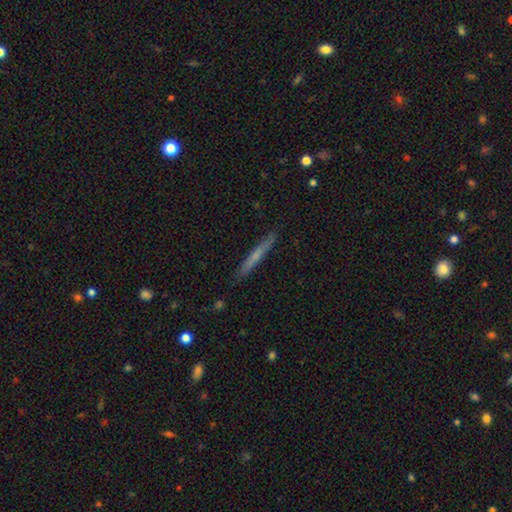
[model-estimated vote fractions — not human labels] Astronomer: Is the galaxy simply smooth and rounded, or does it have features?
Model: smooth — 55% (runner-up: featured or disk, 39%).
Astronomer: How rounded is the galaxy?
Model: cigar-shaped — 96%.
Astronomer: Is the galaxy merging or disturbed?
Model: none — 90%.